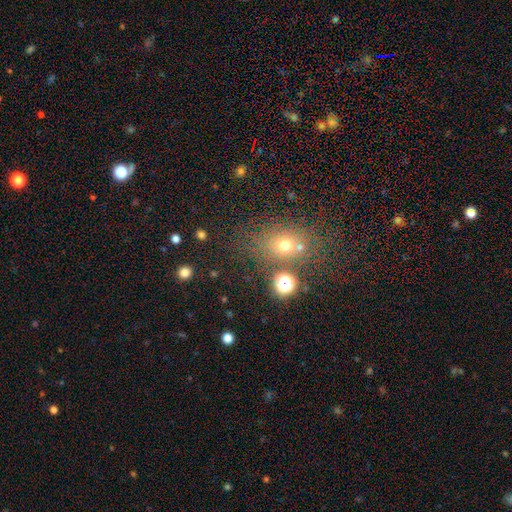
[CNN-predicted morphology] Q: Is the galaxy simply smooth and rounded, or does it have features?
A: smooth — 57%.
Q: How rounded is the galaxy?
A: in between — 61%.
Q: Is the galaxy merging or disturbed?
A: none — 70%.